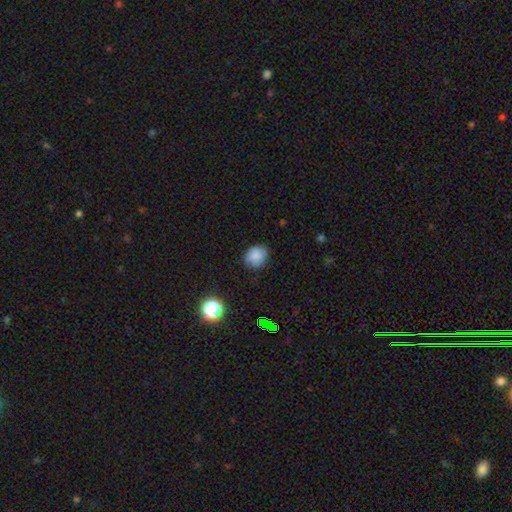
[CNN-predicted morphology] This is clearly a smooth galaxy (83%). How rounded: likely round (68%). Merging: likely none (79%).